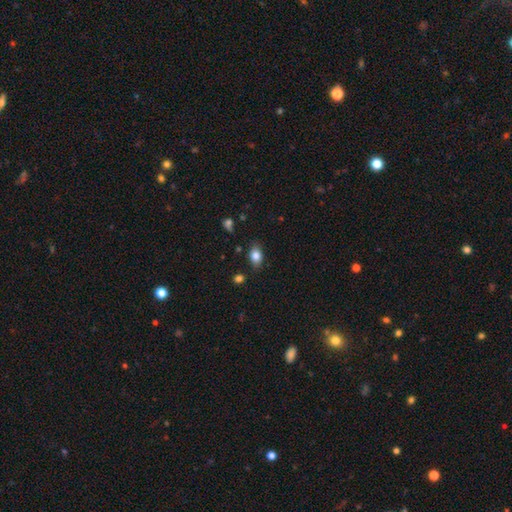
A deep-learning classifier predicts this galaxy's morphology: A smooth galaxy with no disk features (83%) that is in between round and cigar-shaped (83%). Merging: none (81%).